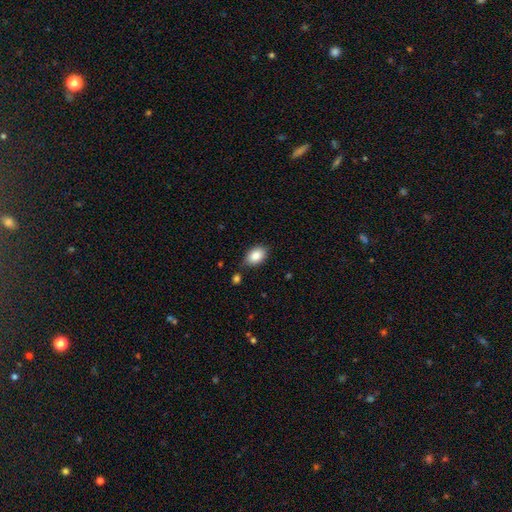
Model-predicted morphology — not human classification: Smooth or featured?
  - smooth: 87% *
  - star or artifact: 7%
  - featured or disk: 6%
How rounded?
  - in between: 88% *
  - round: 11%
  - cigar-shaped: 1%
Merging?
  - none: 82% *
  - minor disturbance: 12%
  - merger: 3%
  - major disturbance: 3%